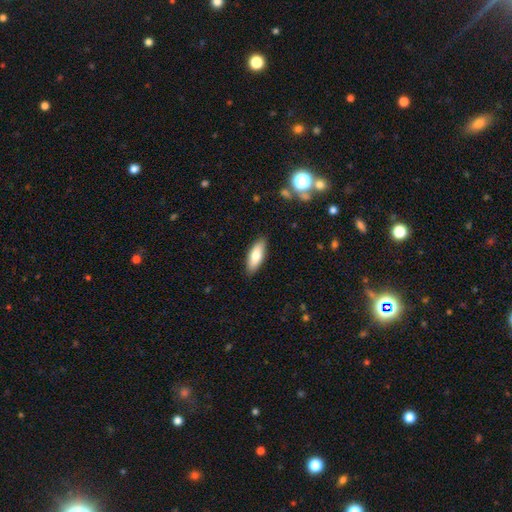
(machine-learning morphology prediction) smooth_or_featured: smooth (p=0.76) [alt: featured or disk p=0.18]
how_rounded: in between (p=0.70) [alt: cigar-shaped p=0.28]
merging: none (p=0.88) [alt: minor disturbance p=0.09]